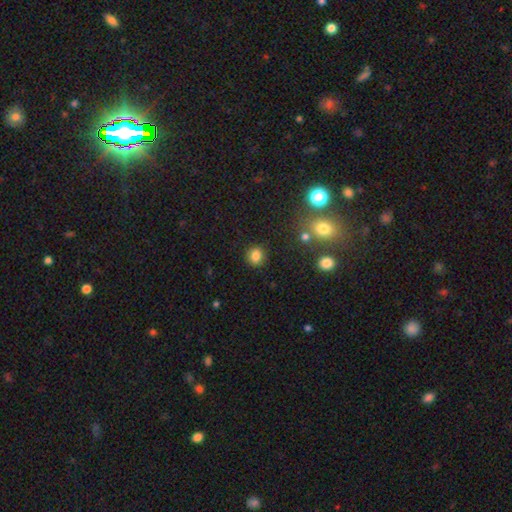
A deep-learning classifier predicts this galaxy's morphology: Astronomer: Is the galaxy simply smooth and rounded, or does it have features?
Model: smooth — 82%.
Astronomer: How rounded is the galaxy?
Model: round — 72%.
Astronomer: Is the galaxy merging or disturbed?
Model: none — 86%.